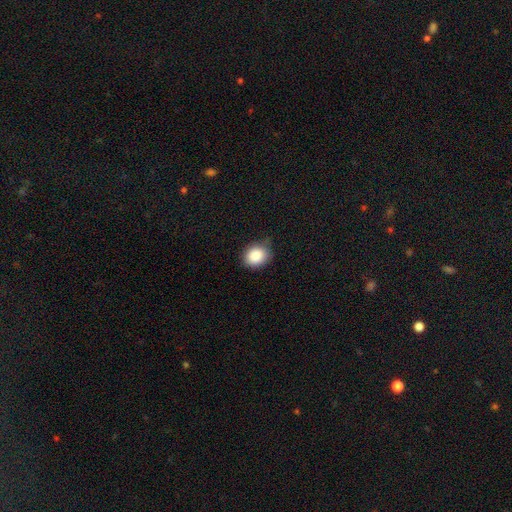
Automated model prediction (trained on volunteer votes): Smooth or featured? smooth (89%)
How rounded? round (58%)
Merging? none (71%)